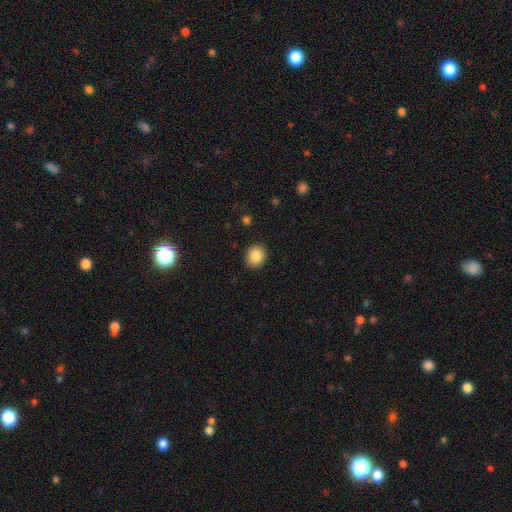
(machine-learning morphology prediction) This is clearly a smooth galaxy (86%). How rounded: likely round (69%). Merging: clearly none (91%).